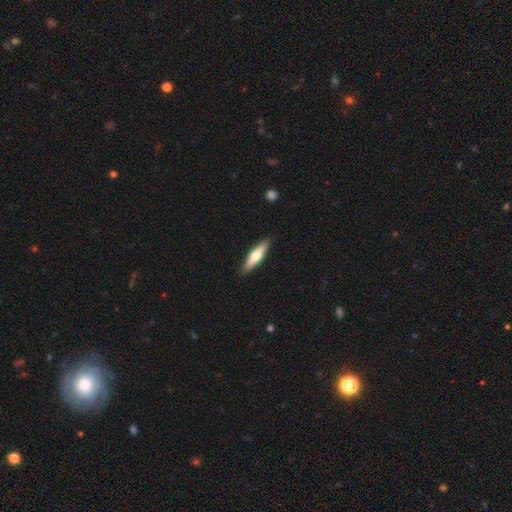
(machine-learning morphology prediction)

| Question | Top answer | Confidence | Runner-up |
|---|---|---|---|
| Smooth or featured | smooth | 54% | featured or disk (41%) |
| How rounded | cigar-shaped | 74% | in between (25%) |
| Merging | none | 90% | minor disturbance (8%) |